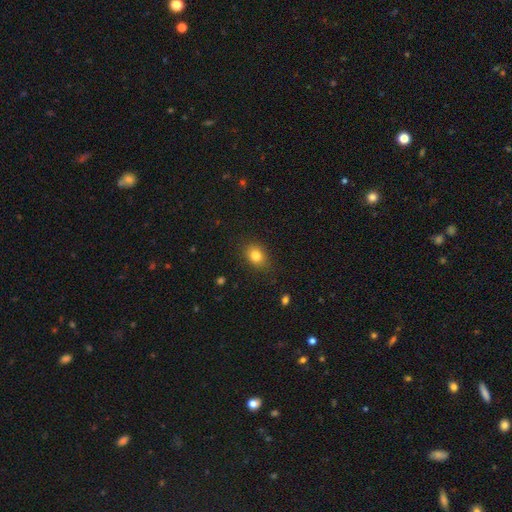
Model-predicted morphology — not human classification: Smooth or featured? smooth (81%)
How rounded? in between (59%)
Merging? none (83%)